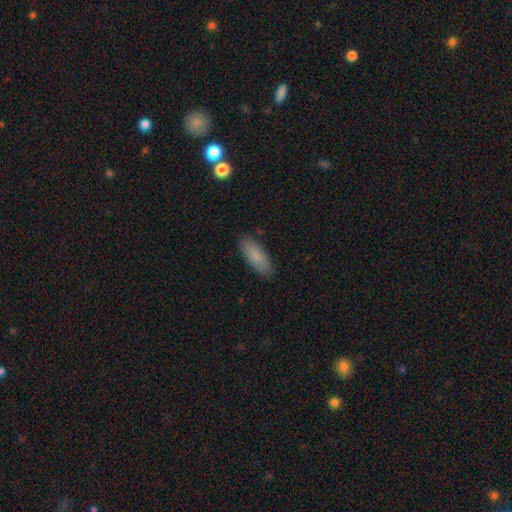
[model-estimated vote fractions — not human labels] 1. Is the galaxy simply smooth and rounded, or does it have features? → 85% smooth, 9% featured or disk, 6% star or artifact.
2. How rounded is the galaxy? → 74% in between, 25% cigar-shaped, 2% round.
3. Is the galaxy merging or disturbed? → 87% none, 9% minor disturbance, 2% major disturbance, 1% merger.